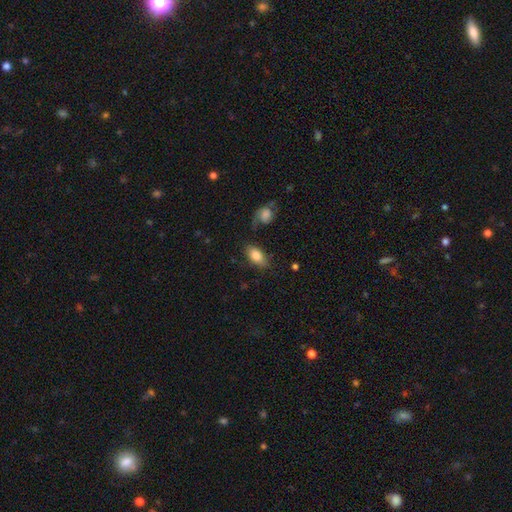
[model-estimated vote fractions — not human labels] smooth_or_featured: smooth (p=0.78) [alt: featured or disk p=0.15]
how_rounded: in between (p=0.89) [alt: cigar-shaped p=0.06]
merging: none (p=0.71) [alt: minor disturbance p=0.18]